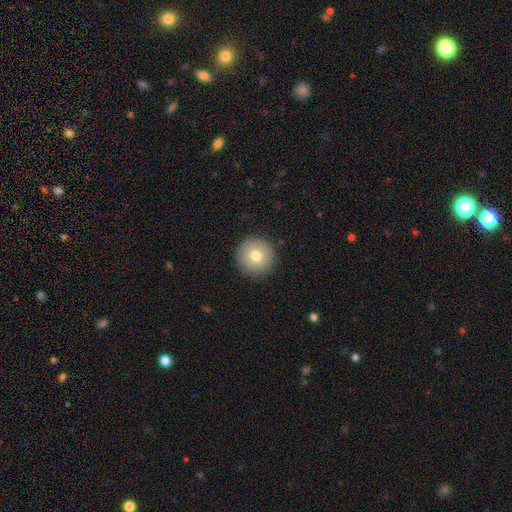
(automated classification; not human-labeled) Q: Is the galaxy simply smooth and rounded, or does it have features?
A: smooth — 73%.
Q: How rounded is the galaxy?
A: round — 96%.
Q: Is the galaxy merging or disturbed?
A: none — 91%.